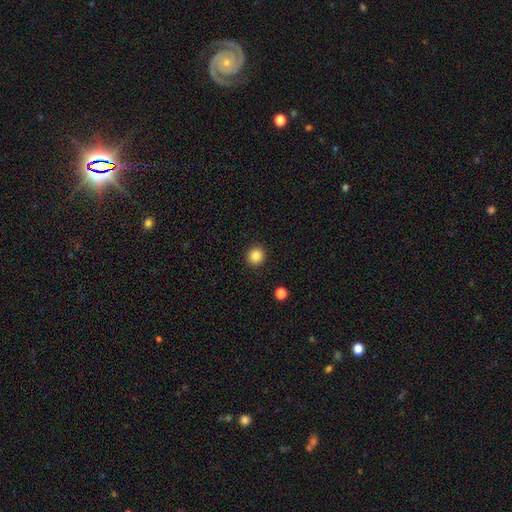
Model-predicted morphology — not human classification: type=smooth (85%); roundness=round (89%); merging=none (92%).